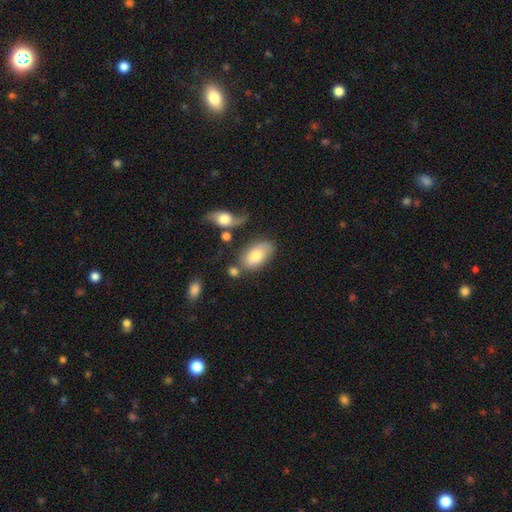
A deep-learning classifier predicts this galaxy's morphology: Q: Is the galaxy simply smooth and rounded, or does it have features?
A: smooth — 72%.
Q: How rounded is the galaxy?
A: in between — 93%.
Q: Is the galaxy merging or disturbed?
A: none — 56%.